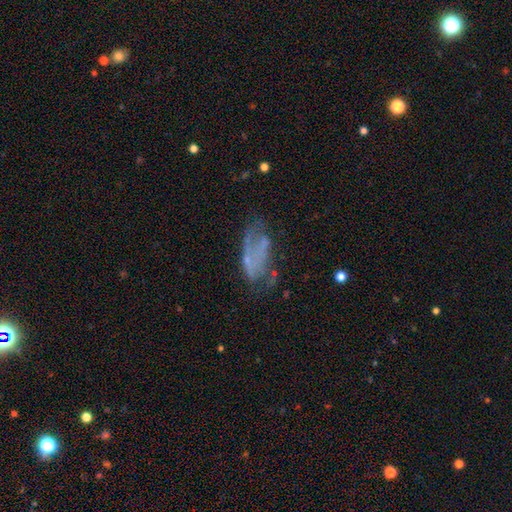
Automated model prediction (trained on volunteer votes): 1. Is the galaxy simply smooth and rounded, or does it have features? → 57% featured or disk, 29% smooth, 14% star or artifact.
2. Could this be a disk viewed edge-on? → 94% no, 6% yes.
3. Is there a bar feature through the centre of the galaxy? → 77% no, 17% weak, 6% strong.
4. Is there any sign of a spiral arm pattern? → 63% no, 37% yes.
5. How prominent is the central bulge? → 70% none, 22% small, 6% moderate, 2% large, 1% dominant.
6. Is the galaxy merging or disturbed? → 37% none, 33% major disturbance, 23% minor disturbance, 6% merger.